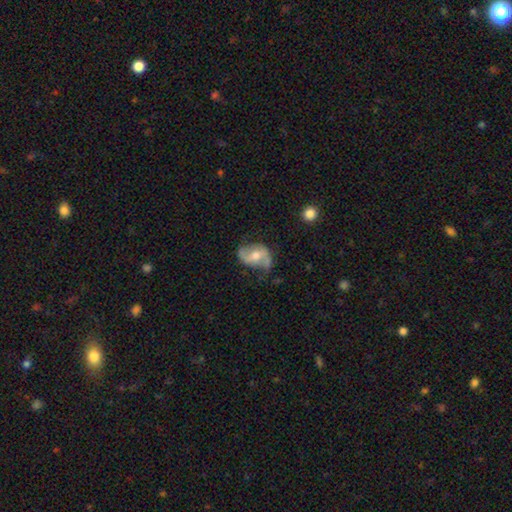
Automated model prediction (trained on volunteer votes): Smooth or featured: featured or disk — 76% (smooth — 18%)
Edge-on disk: no — 97% (yes — 3%)
Bar: weak — 42% (no — 40%)
Spiral arms: yes — 90% (no — 10%)
Spiral winding: loose — 58% (medium — 32%)
Spiral arm count: 2 — 90% (can't tell — 4%)
Bulge size: moderate — 70% (small — 21%)
Merging: none — 63% (minor disturbance — 24%)